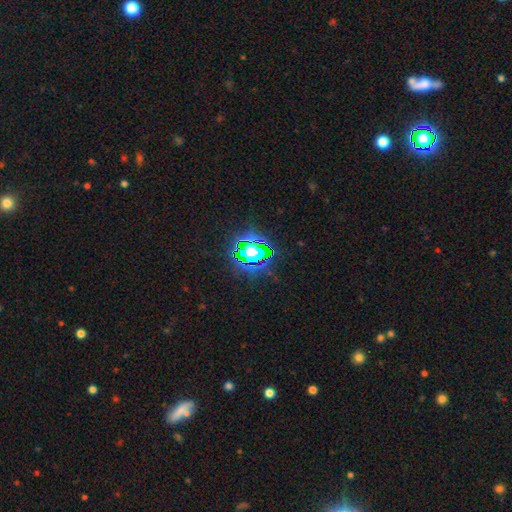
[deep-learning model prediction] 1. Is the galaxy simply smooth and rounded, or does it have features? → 64% star or artifact, 23% smooth, 13% featured or disk.